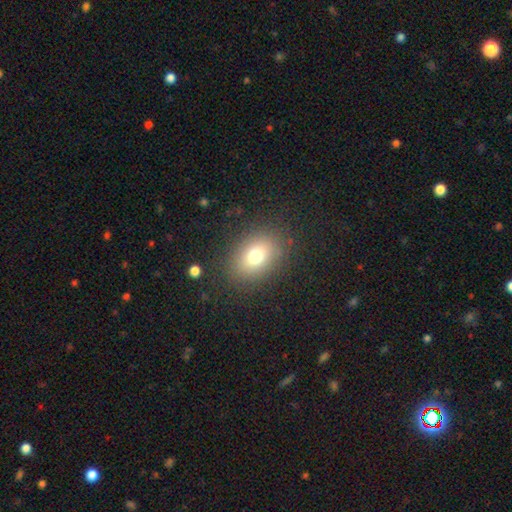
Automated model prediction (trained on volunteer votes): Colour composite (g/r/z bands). It shows a smooth galaxy with no disk features (75%) that is in between round and cigar-shaped (69%). Merging: none (84%).